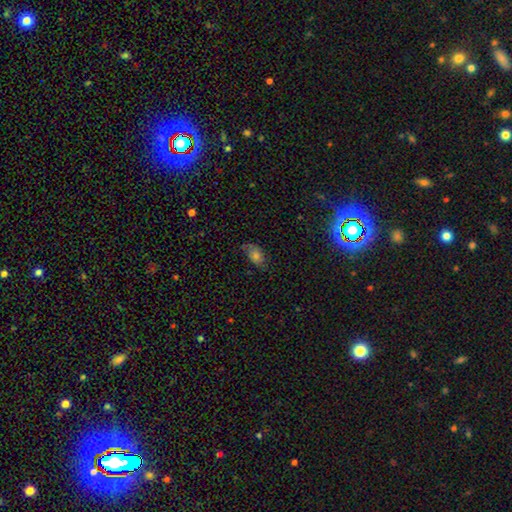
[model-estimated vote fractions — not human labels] smooth 52%, featured or disk 27%, star or artifact 20%. Down the decision tree: how rounded — in between (84%); merging — none (61%).